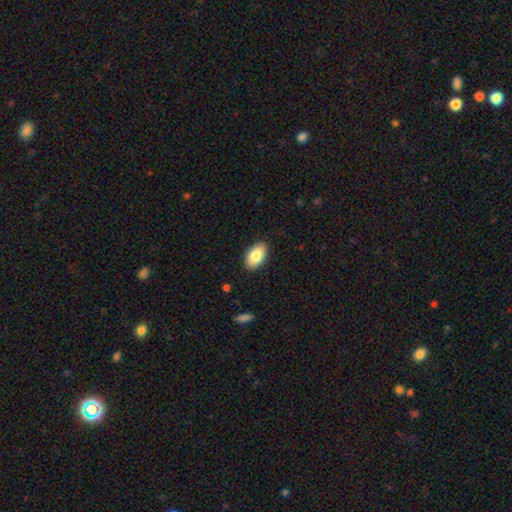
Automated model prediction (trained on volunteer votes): Smooth or featured? Predicted: smooth (p=0.84). How rounded? Predicted: in between (p=0.94). Merging? Predicted: none (p=0.88).